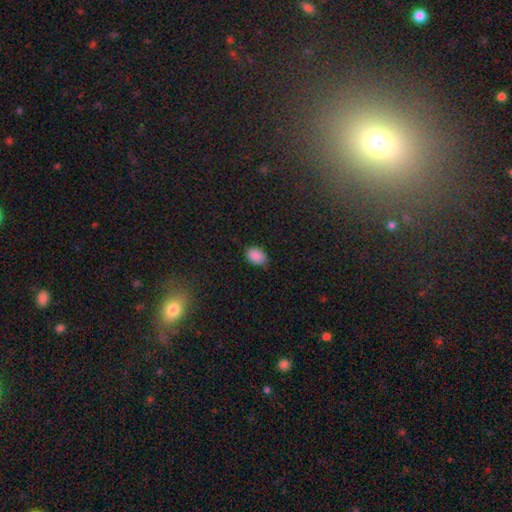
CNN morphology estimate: smooth_or_featured: smooth (p=0.88) [alt: star or artifact p=0.09]
how_rounded: in between (p=0.86) [alt: round p=0.13]
merging: none (p=0.79) [alt: minor disturbance p=0.17]